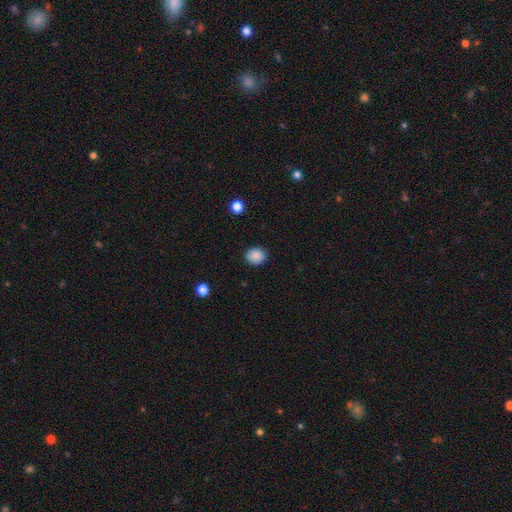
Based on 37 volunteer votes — smooth_or_featured: smooth (p=0.92) [alt: star or artifact p=0.08]
how_rounded: round (p=0.76) [alt: in between p=0.24]
merging: none (p=0.94) [alt: minor disturbance p=0.06]